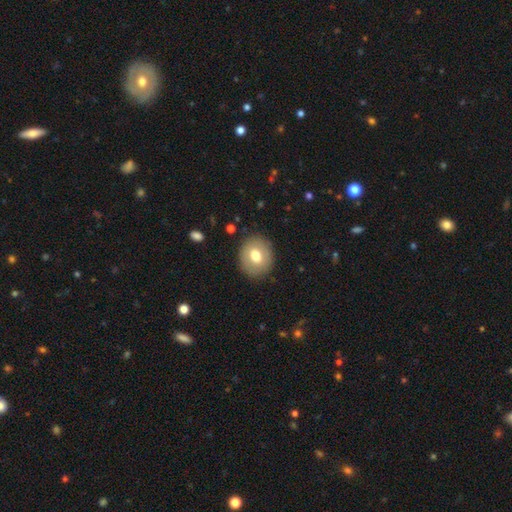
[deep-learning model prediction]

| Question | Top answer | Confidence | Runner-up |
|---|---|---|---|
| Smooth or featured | smooth | 70% | featured or disk (22%) |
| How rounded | round | 68% | in between (31%) |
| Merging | none | 87% | minor disturbance (9%) |